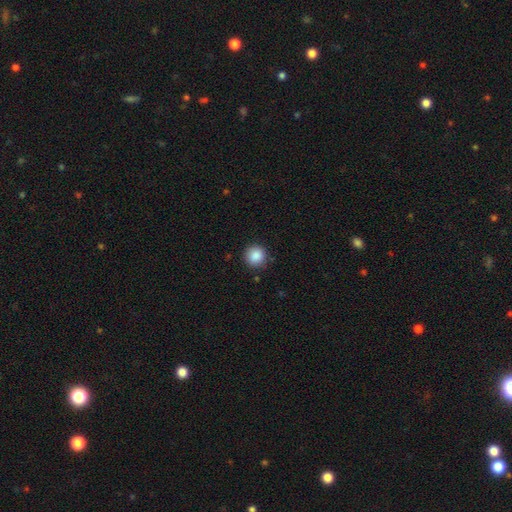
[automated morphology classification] A smooth galaxy with no disk features (88%) that is round (94%). Merging: none (88%).